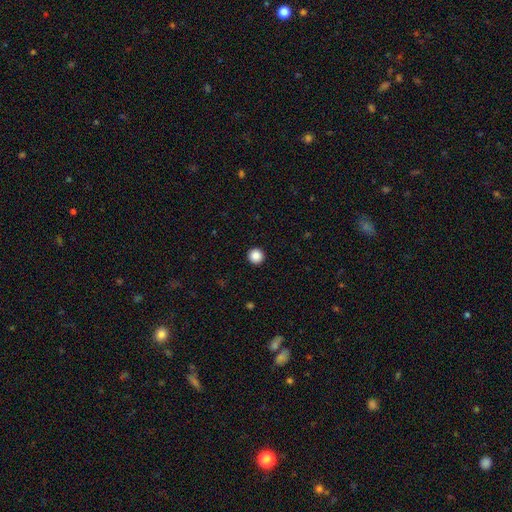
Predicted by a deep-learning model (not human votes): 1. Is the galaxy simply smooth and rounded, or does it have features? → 87% smooth, 10% star or artifact, 3% featured or disk.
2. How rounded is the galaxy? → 97% round, 2% in between, 1% cigar-shaped.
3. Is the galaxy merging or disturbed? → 94% none, 4% minor disturbance, 1% major disturbance, 1% merger.